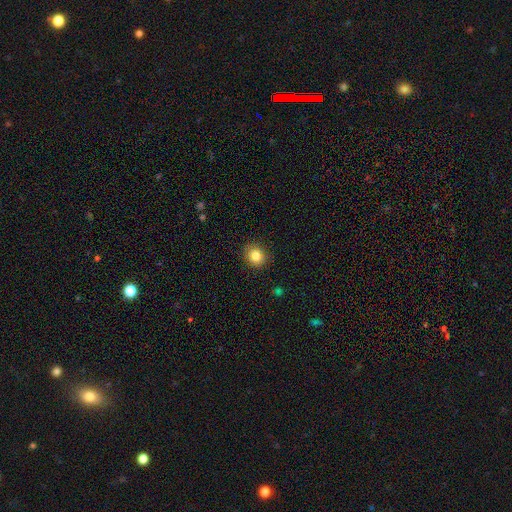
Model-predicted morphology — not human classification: A smooth galaxy with no disk features (83%) that is round (80%).

Vote fractions:
- Smooth or featured? smooth: 83% / star or artifact: 10% / featured or disk: 7%
- How rounded? round: 80% / in between: 19% / cigar-shaped: 1%
- Merging? none: 90% / minor disturbance: 7% / major disturbance: 2% / merger: 1%